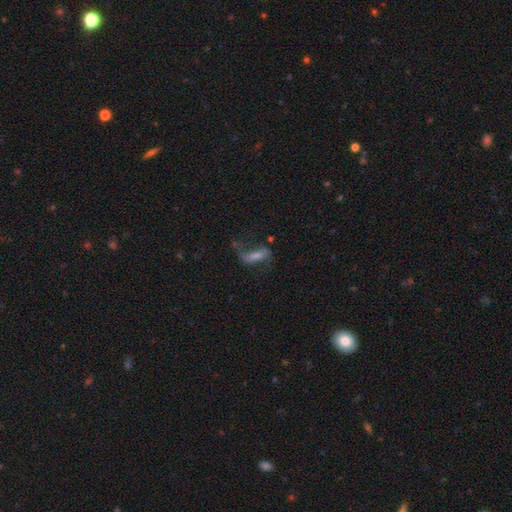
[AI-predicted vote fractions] smooth_or_featured: featured or disk (p=0.56) [alt: smooth p=0.30]
disk_edge_on: no (p=0.78) [alt: yes p=0.22]
merging: none (p=0.50) [alt: major disturbance p=0.26]